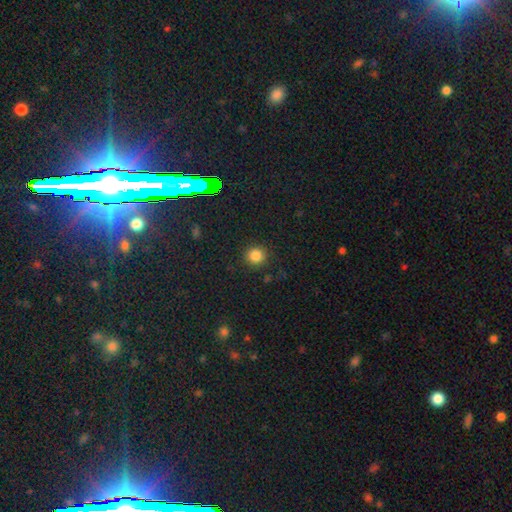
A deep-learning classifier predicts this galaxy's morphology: smooth_or_featured: smooth (p=0.83) [alt: star or artifact p=0.13]
how_rounded: round (p=0.92) [alt: in between p=0.07]
merging: none (p=0.90) [alt: minor disturbance p=0.06]